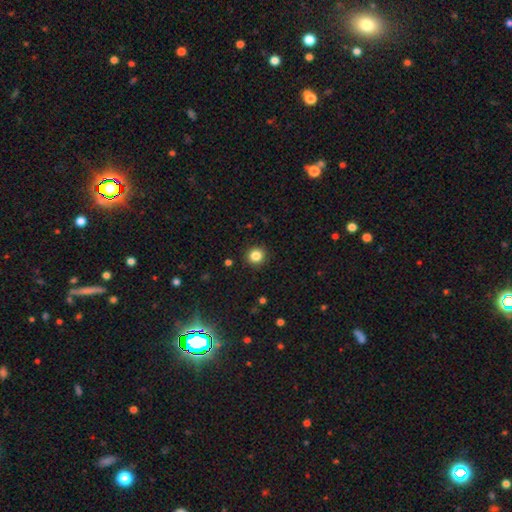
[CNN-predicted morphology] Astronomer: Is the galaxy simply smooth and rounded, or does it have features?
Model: smooth — 84%.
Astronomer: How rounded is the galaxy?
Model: round — 91%.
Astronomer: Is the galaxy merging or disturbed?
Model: none — 92%.